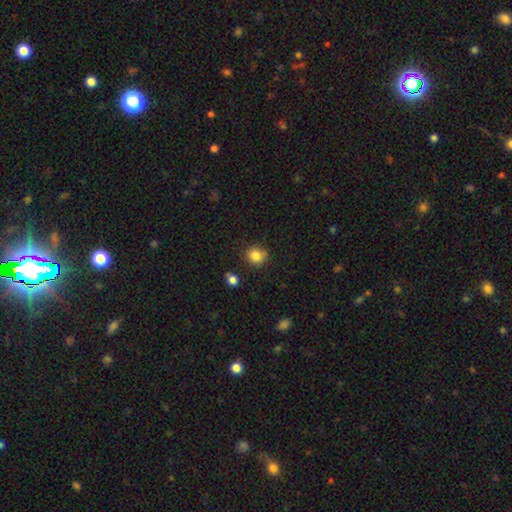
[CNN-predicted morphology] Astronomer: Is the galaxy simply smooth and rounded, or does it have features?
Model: smooth — 85%.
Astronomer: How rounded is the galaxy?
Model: round — 86%.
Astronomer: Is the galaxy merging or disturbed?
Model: none — 81%.